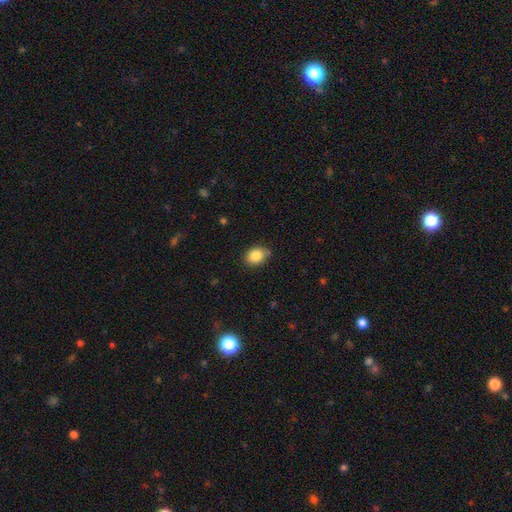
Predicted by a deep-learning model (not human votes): smooth-or-featured: smooth: 85% | star or artifact: 9% | featured or disk: 6%
  how-rounded: in between: 61% | round: 38% | cigar-shaped: 1%
  merging: none: 75% | minor disturbance: 20% | major disturbance: 3% | merger: 2%